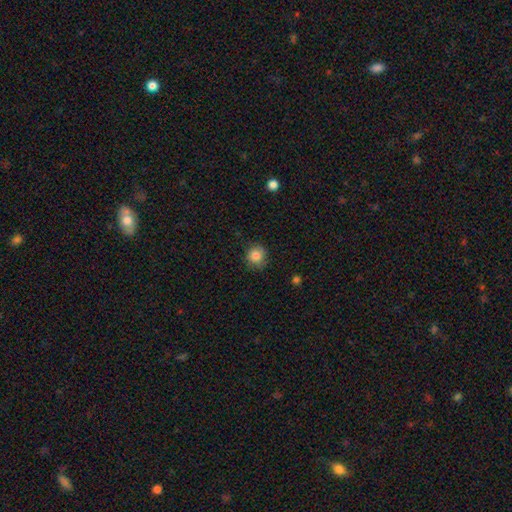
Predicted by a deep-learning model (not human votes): Morphology: type=smooth (86%); roundness=round (89%); merging=none (81%).